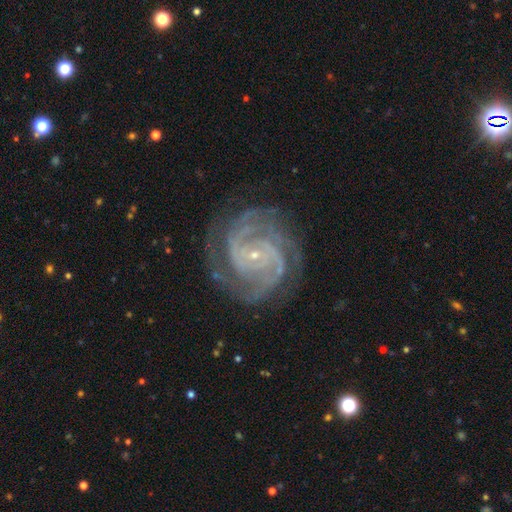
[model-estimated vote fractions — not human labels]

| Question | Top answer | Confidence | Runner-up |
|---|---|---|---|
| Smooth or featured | featured or disk | 92% | star or artifact (5%) |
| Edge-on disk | no | 98% | yes (2%) |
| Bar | no | 59% | weak (28%) |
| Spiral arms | yes | 99% | no (1%) |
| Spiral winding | tight | 70% | medium (27%) |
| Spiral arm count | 2 | 29% | 3 (26%) |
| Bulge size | small | 89% | moderate (7%) |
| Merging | none | 79% | minor disturbance (14%) |